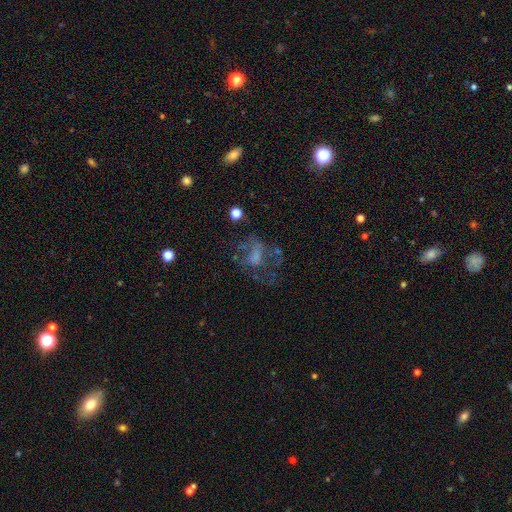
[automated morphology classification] Smooth or featured: featured or disk — 50% (smooth — 31%)
Edge-on disk: no — 97% (yes — 3%)
Merging: major disturbance — 40% (none — 38%)